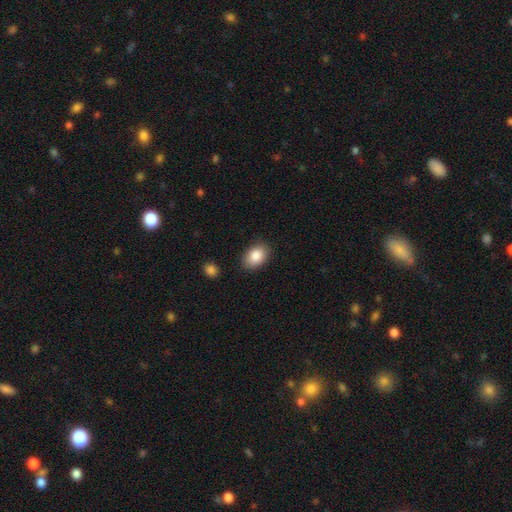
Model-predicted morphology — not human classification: This is clearly a smooth galaxy (86%). How rounded: clearly in between (84%). Merging: clearly none (85%).